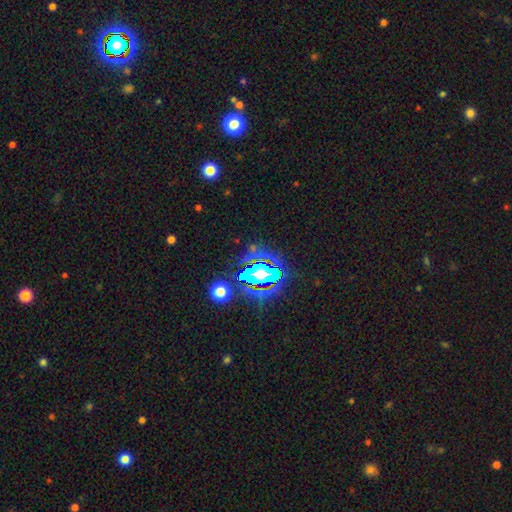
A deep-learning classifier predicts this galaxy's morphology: The model was most divided on "smooth or featured": star or artifact: 75%, smooth: 15%, featured or disk: 10%.